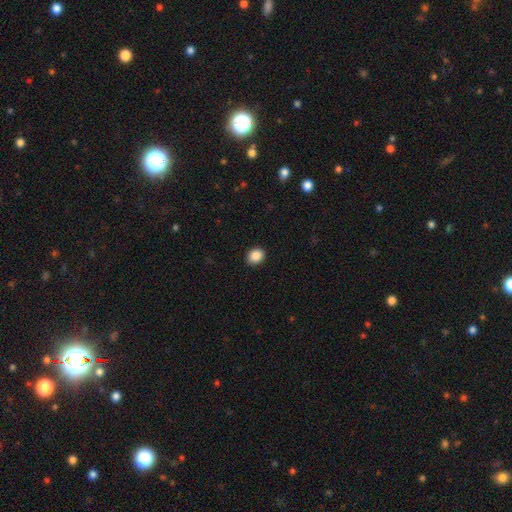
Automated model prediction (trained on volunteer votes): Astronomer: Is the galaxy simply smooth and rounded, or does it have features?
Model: smooth — 88%.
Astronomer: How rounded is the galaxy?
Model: round — 61% (runner-up: in between, 38%).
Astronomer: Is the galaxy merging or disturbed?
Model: none — 89%.